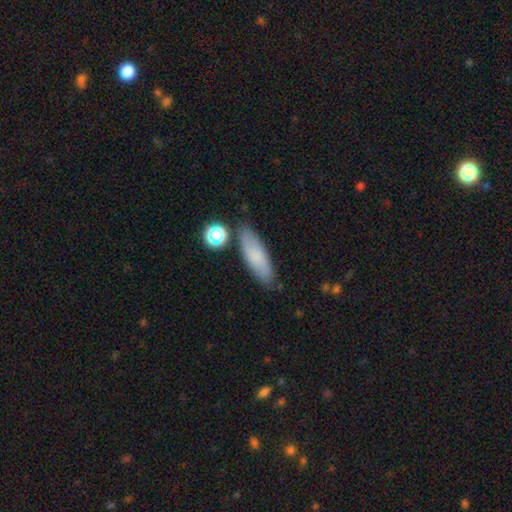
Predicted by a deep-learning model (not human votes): This is likely a smooth galaxy (78%). How rounded: possibly in between (50%). Merging: likely none (78%).